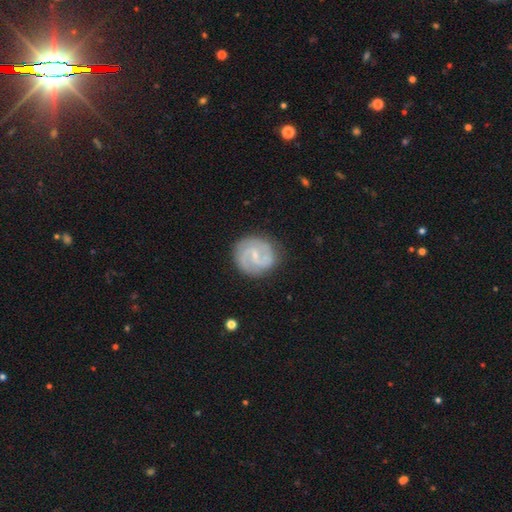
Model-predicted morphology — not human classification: A featured or disk galaxy (83%) with a weak bar (56%), 2 (82%) medium (51%) spiral arms (96%) and a small central bulge (71%). Merging: none (84%).